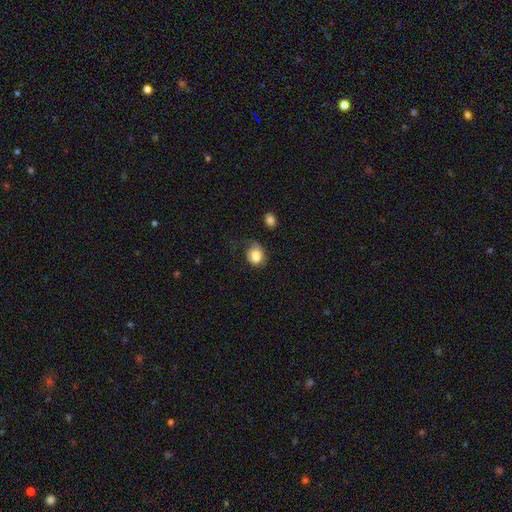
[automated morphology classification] A smooth galaxy with no disk features (78%) that is round (58%).

Vote fractions:
- Smooth or featured? smooth: 78% / featured or disk: 14% / star or artifact: 8%
- How rounded? round: 58% / in between: 41% / cigar-shaped: 1%
- Merging? none: 45% / minor disturbance: 31% / major disturbance: 21% / merger: 3%